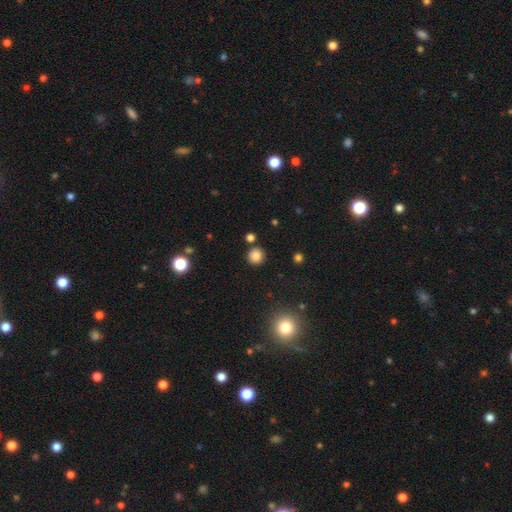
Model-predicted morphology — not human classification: Smooth or featured? smooth (82%)
How rounded? round (93%)
Merging? none (87%)